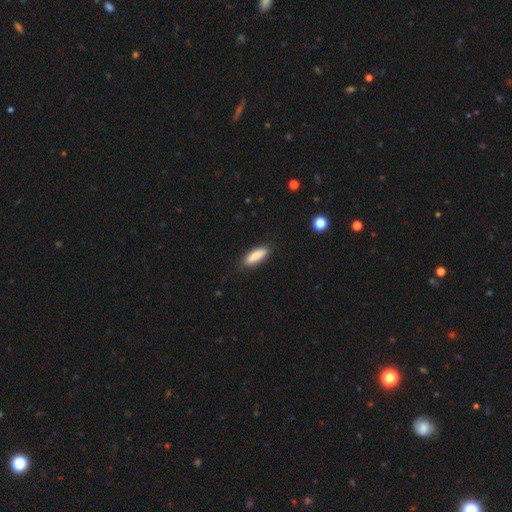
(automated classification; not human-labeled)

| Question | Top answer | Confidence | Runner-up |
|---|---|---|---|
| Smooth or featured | smooth | 86% | featured or disk (8%) |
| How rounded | cigar-shaped | 54% | in between (44%) |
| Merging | none | 86% | minor disturbance (11%) |